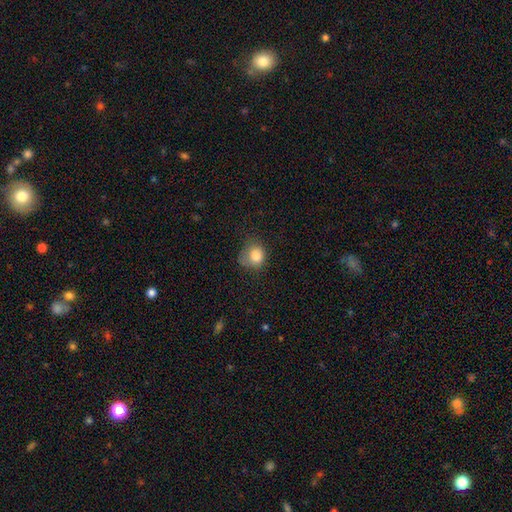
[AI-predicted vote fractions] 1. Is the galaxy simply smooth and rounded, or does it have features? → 82% smooth, 10% star or artifact, 9% featured or disk.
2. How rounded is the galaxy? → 67% round, 32% in between, 1% cigar-shaped.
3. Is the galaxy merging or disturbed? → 41% none, 36% minor disturbance, 21% major disturbance, 3% merger.